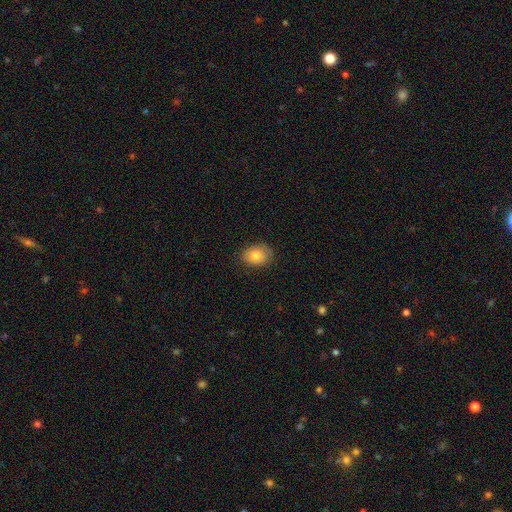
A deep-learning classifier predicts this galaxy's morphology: smooth-or-featured: smooth: 82% | featured or disk: 10% | star or artifact: 8%
  how-rounded: in between: 71% | round: 28% | cigar-shaped: 1%
  merging: none: 82% | minor disturbance: 14% | major disturbance: 3% | merger: 1%